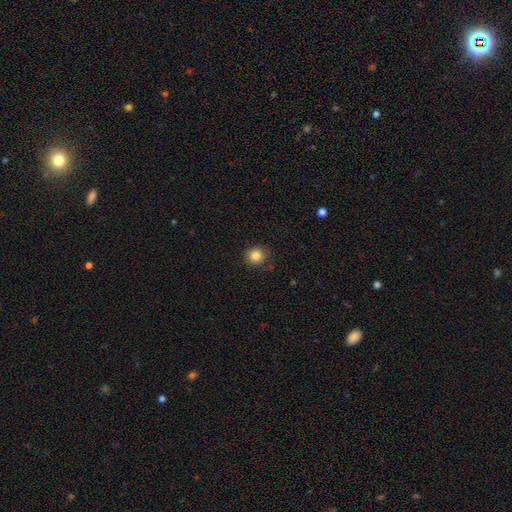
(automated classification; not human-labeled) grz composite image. It shows a smooth galaxy with no disk features (84%) that is round (86%). Merging: none (85%).